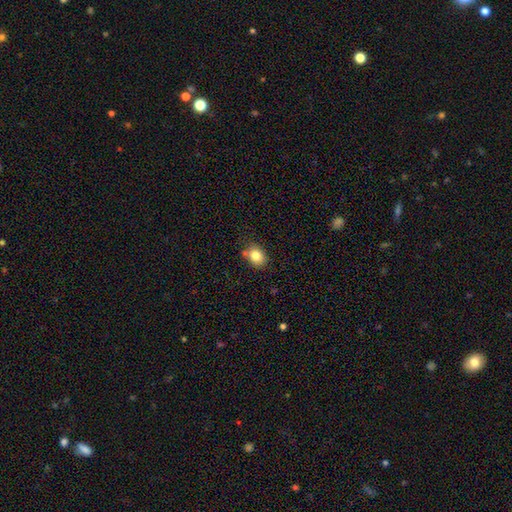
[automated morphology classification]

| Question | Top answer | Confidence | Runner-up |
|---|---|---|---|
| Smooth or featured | smooth | 82% | star or artifact (10%) |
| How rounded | in between | 52% | round (47%) |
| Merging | none | 73% | minor disturbance (17%) |